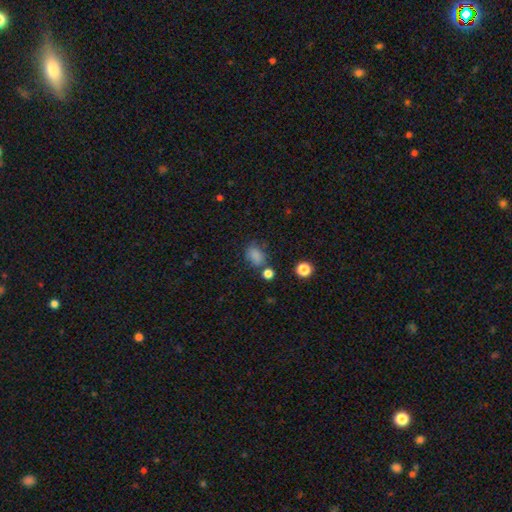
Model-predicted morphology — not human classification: smooth-or-featured: smooth: 79% | star or artifact: 14% | featured or disk: 6%
  how-rounded: in between: 70% | round: 28% | cigar-shaped: 1%
  merging: none: 61% | minor disturbance: 20% | merger: 10% | major disturbance: 8%